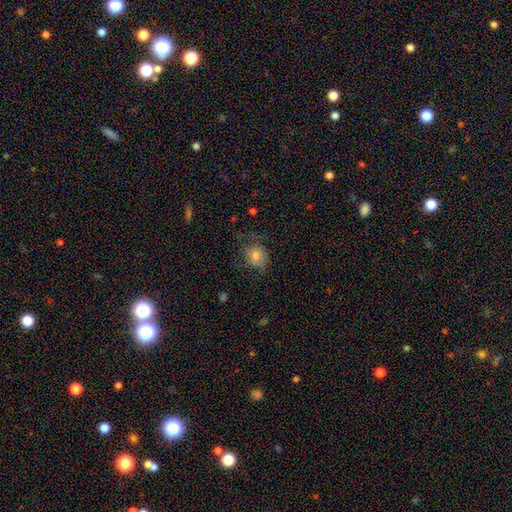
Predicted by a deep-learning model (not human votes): Smooth or featured?
  - smooth: 67% *
  - featured or disk: 19%
  - star or artifact: 13%
How rounded?
  - round: 68% *
  - in between: 31%
  - cigar-shaped: 1%
Merging?
  - none: 58% *
  - minor disturbance: 23%
  - major disturbance: 18%
  - merger: 2%